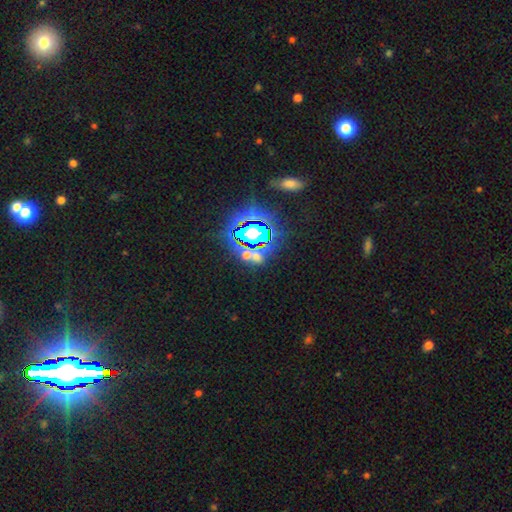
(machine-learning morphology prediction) This is likely a star or artifact rather than a galaxy (62%).